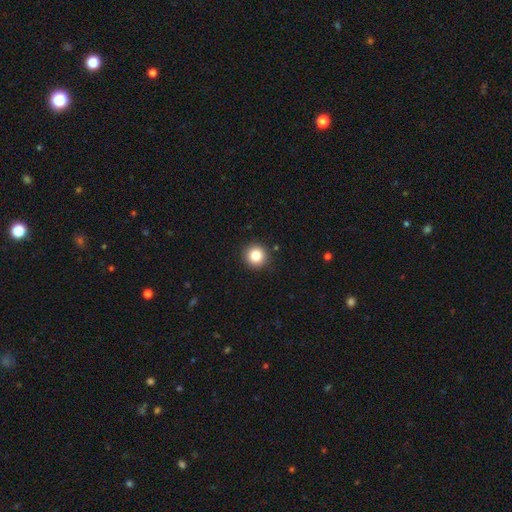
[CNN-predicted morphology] Overall: smooth (84%). How rounded: round (95%). Merging: none (92%).